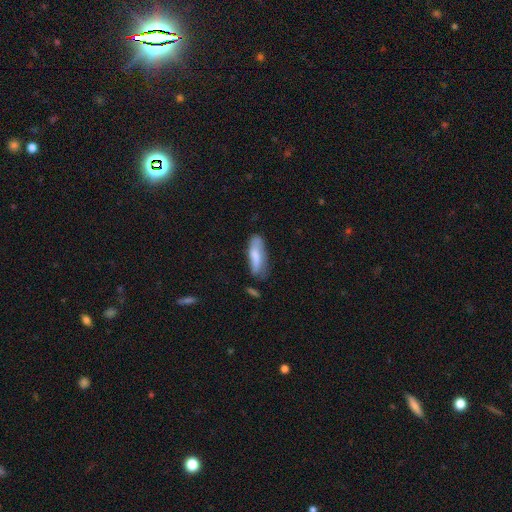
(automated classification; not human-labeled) smooth_or_featured: smooth (p=0.71) [alt: featured or disk p=0.22]
how_rounded: in between (p=0.53) [alt: cigar-shaped p=0.45]
merging: none (p=0.54) [alt: minor disturbance p=0.31]